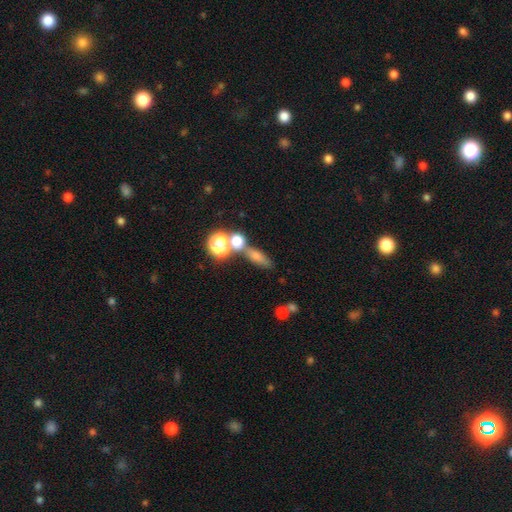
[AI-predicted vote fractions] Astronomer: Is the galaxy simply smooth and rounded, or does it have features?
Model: smooth — 56%.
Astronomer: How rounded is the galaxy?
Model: cigar-shaped — 39% (runner-up: in between, 34%).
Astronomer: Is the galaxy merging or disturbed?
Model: none — 64%.